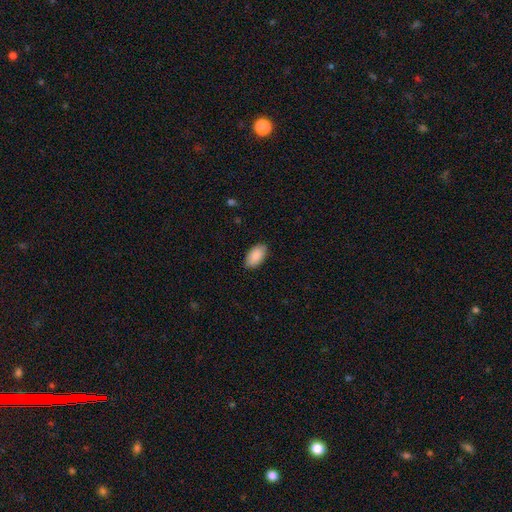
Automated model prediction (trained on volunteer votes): This is clearly a smooth galaxy (90%). How rounded: clearly in between (95%). Merging: clearly none (86%).